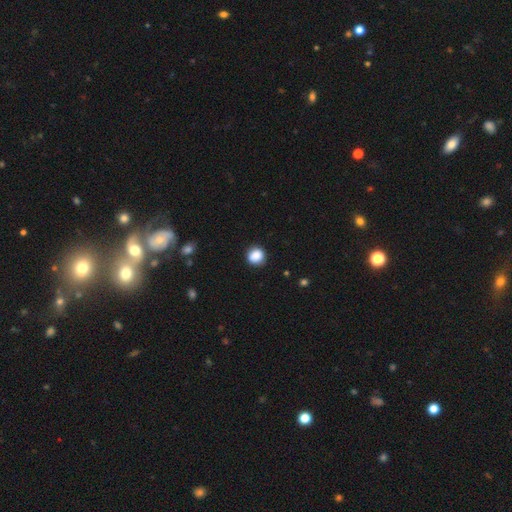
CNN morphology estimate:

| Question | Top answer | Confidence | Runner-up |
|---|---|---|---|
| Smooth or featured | smooth | 87% | star or artifact (9%) |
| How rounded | round | 86% | in between (13%) |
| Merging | none | 86% | minor disturbance (10%) |